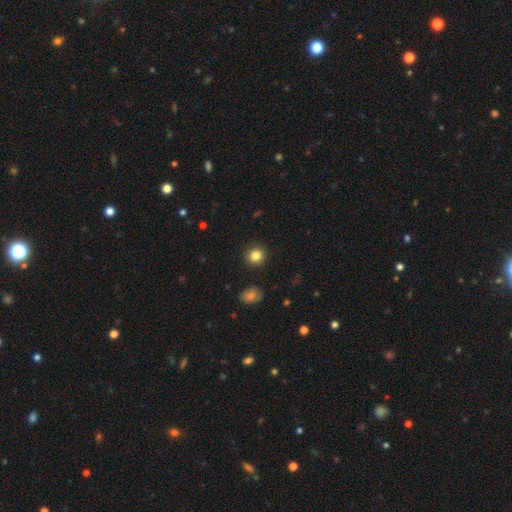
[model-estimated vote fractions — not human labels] Q: Smooth or featured?
A: smooth (84%); runner-up: star or artifact (10%)
Q: How rounded?
A: round (91%); runner-up: in between (8%)
Q: Merging?
A: none (91%); runner-up: minor disturbance (5%)